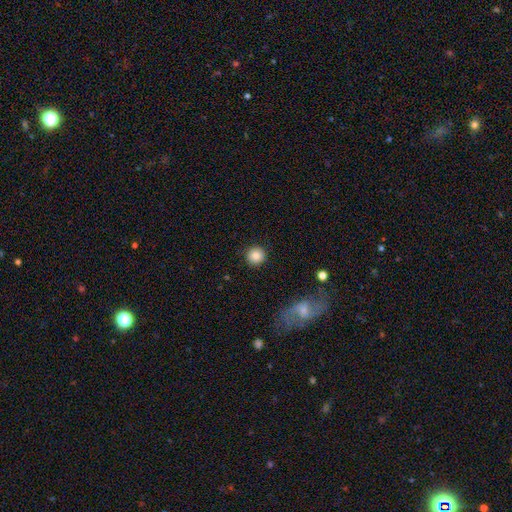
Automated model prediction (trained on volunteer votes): Smooth or featured: smooth — 84% (star or artifact — 9%)
How rounded: round — 94% (in between — 5%)
Merging: none — 91% (minor disturbance — 6%)